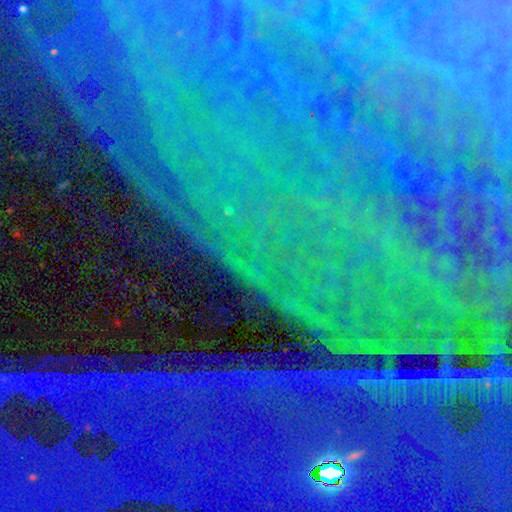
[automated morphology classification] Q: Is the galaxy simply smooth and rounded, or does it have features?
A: star or artifact — 85%.